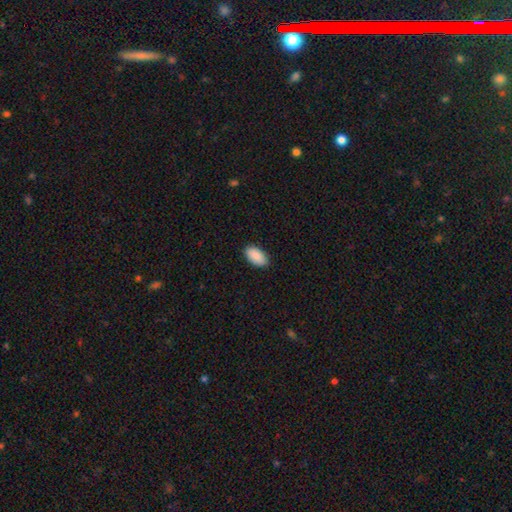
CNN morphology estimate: This appears to be a smooth galaxy with no disk features (91%) that is in between round and cigar-shaped (96%). Merging: none (88%).